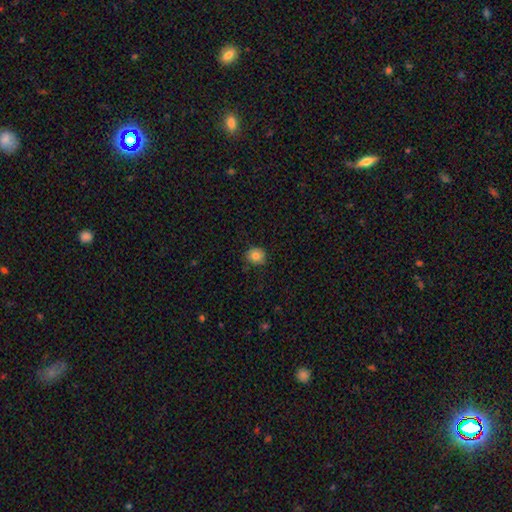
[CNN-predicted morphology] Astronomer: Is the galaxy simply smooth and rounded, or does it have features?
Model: smooth — 82%.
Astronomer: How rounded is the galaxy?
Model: round — 81%.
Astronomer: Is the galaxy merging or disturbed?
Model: none — 82%.